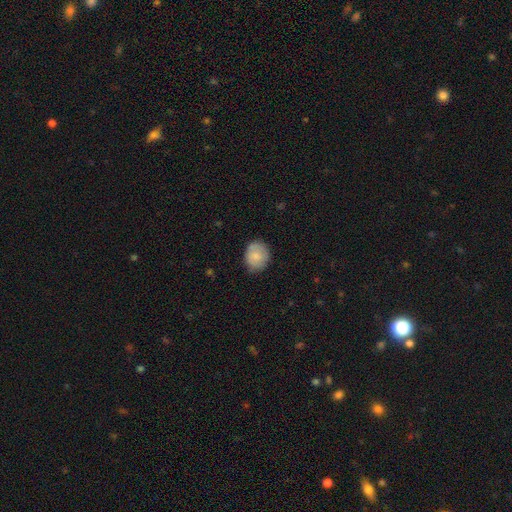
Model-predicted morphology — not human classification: smooth_or_featured: smooth (p=0.81) [alt: featured or disk p=0.12]
how_rounded: round (p=0.64) [alt: in between p=0.35]
merging: none (p=0.75) [alt: minor disturbance p=0.19]